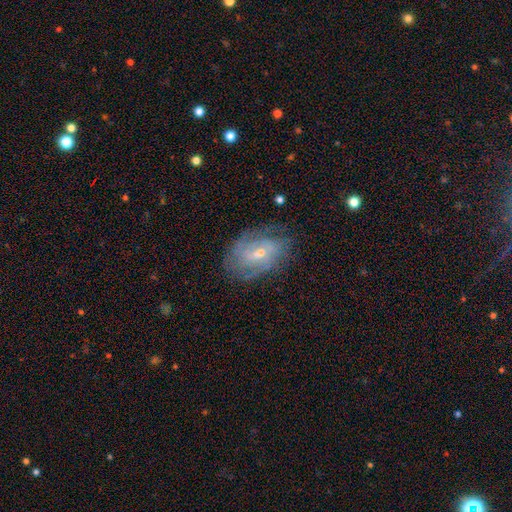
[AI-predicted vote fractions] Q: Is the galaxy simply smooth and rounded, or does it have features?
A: featured or disk — 72%.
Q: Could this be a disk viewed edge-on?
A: no — 95%.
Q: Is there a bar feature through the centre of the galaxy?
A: weak — 47%.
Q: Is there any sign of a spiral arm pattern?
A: yes — 89%.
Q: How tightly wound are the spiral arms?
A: tight — 52%.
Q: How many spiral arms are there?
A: can't tell — 36%.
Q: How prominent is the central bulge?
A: small — 58%.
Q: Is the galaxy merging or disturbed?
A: none — 76%.